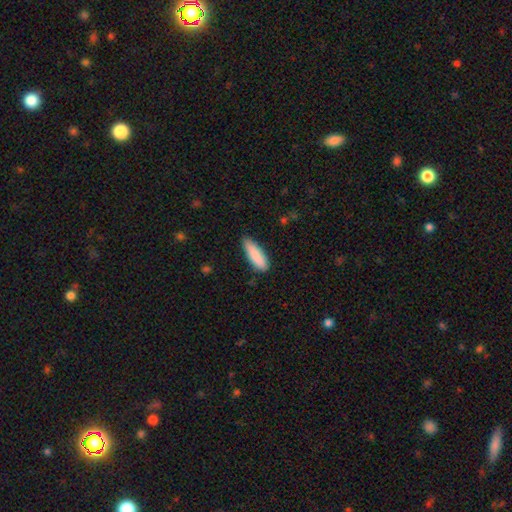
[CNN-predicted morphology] Overall: smooth (87%). How rounded: cigar-shaped (50%; in between 48%). Merging: none (78%).